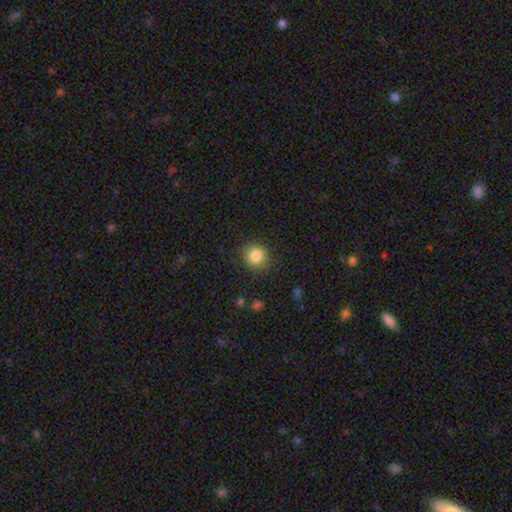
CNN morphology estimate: The model was most divided on "how rounded": round: 86%, in between: 13%, cigar-shaped: 1%. More confident: merging — none (87%); smooth or featured — smooth (84%).